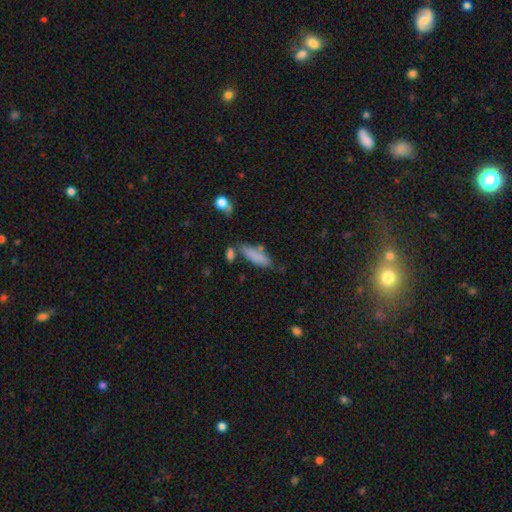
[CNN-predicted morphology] smooth-or-featured: smooth: 82% | featured or disk: 11% | star or artifact: 7%
  how-rounded: cigar-shaped: 53% | in between: 44% | round: 2%
  merging: none: 64% | minor disturbance: 19% | merger: 12% | major disturbance: 5%